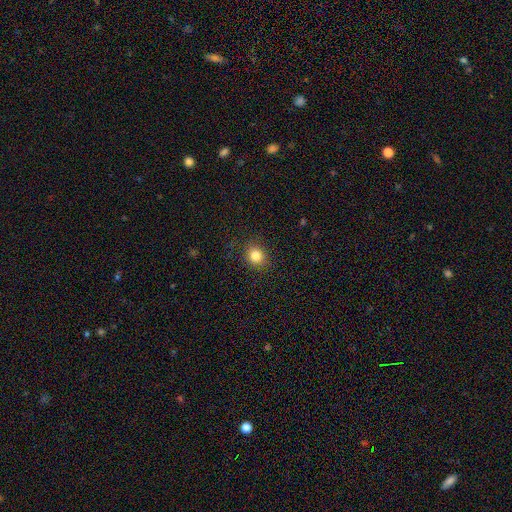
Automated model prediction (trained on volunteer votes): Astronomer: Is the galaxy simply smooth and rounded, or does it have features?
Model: smooth — 83%.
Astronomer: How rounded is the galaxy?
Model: round — 79%.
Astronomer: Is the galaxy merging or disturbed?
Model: none — 87%.